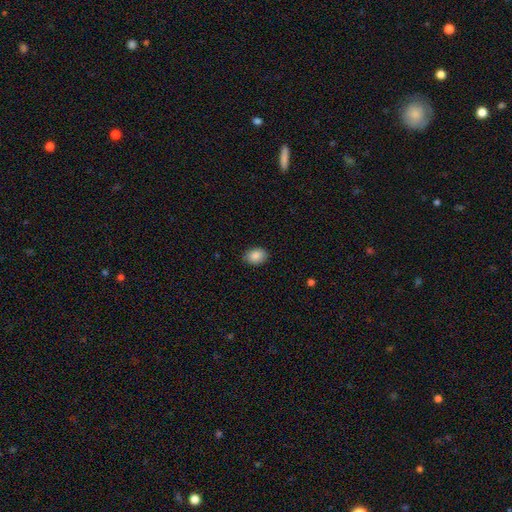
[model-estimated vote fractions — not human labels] The model was most divided on "how rounded": in between: 74%, round: 25%, cigar-shaped: 1%. More confident: smooth or featured — smooth (87%); merging — none (87%).